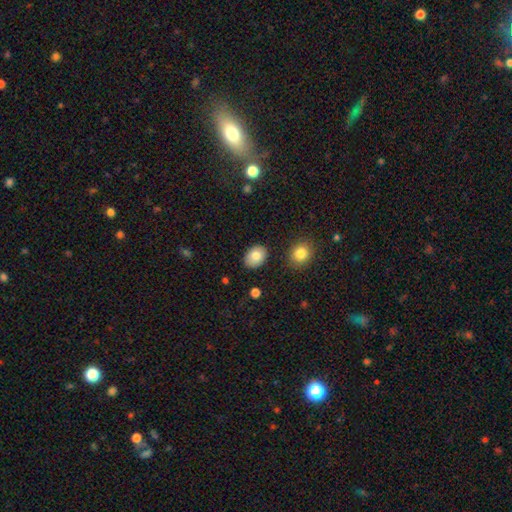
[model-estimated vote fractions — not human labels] Smooth or featured? Predicted: smooth (p=0.82). How rounded? Predicted: in between (p=0.74). Merging? Predicted: none (p=0.86).